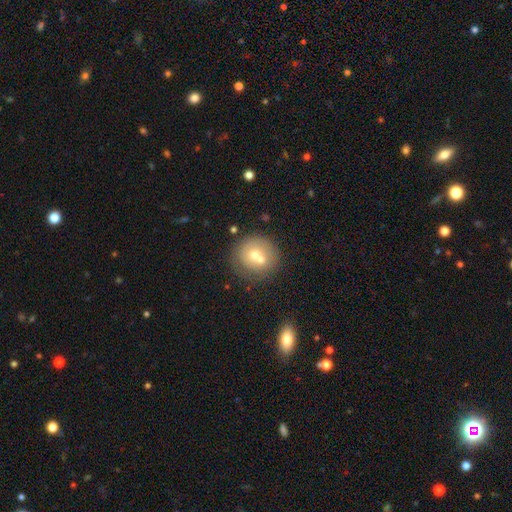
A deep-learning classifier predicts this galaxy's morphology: smooth 61%, featured or disk 30%, star or artifact 9%. Down the decision tree: how rounded — round (89%); merging — none (49%).